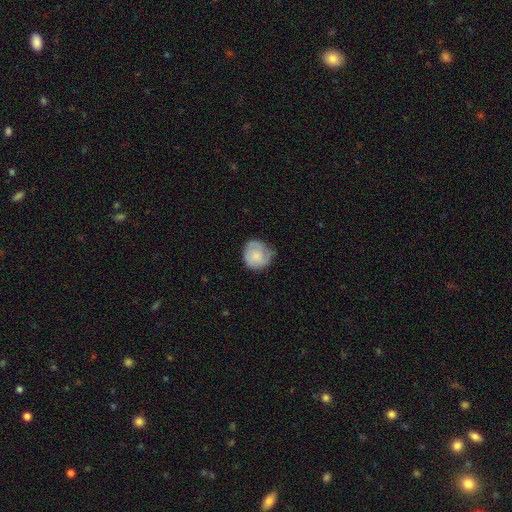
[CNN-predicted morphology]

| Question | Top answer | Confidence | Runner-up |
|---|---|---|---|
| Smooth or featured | smooth | 70% | featured or disk (24%) |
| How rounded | round | 82% | in between (17%) |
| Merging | none | 51% | minor disturbance (36%) |